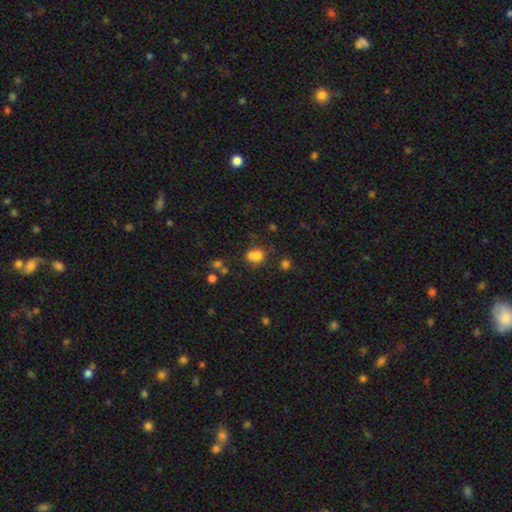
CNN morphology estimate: Smooth or featured? Predicted: smooth (p=0.75). How rounded? Predicted: round (p=0.57). Merging? Predicted: none (p=0.44).